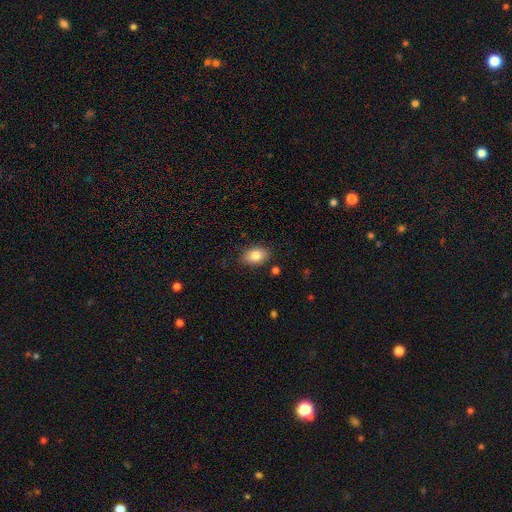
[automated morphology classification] The model was most divided on "merging": none: 84%, minor disturbance: 12%, major disturbance: 3%, merger: 2%. More confident: how rounded — in between (86%); smooth or featured — smooth (83%).